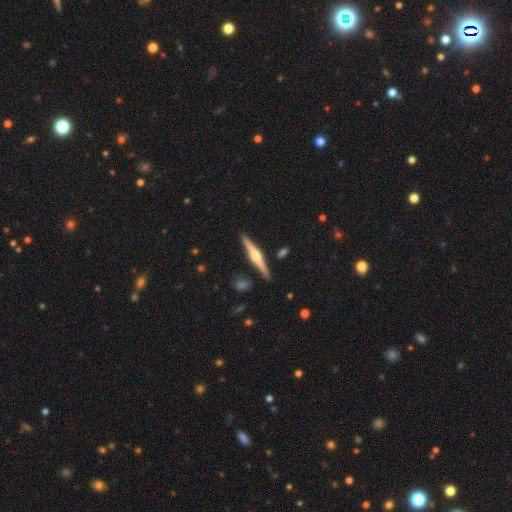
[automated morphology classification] A featured or disk galaxy (74%) viewed edge-on (98%) with a rounded central bulge (87%). Merging: none (89%).